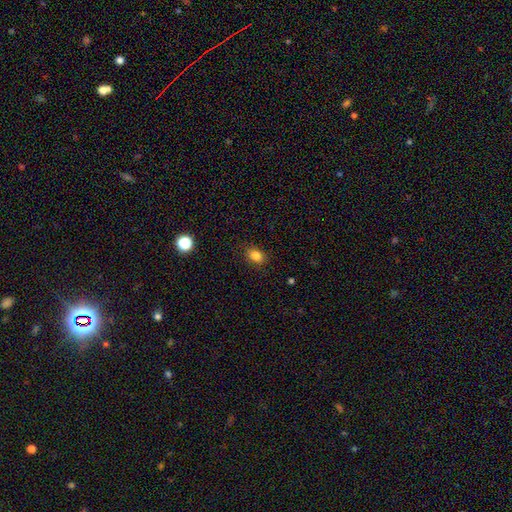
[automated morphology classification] Smooth or featured? smooth (84%)
How rounded? in between (69%)
Merging? none (86%)